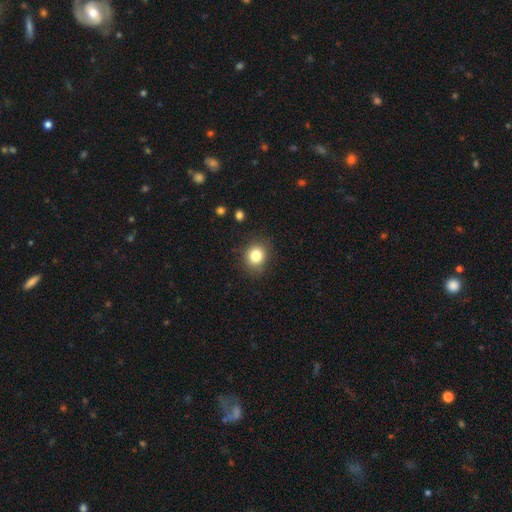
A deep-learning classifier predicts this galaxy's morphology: This appears to be a smooth galaxy with no disk features (82%) that is round (74%). Merging: none (85%).